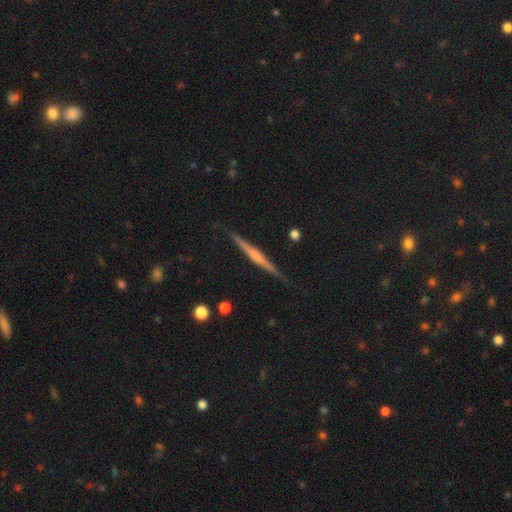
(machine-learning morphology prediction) Overall: featured or disk (69%). Edge-on disk: yes (98%). Edge-on bulge: rounded (49%; none 36%). Merging: none (89%).